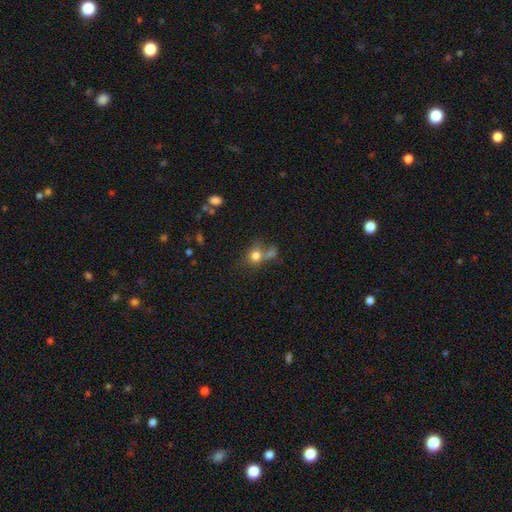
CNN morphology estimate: Smooth or featured? smooth (76%)
How rounded? round (69%)
Merging? none (39%)